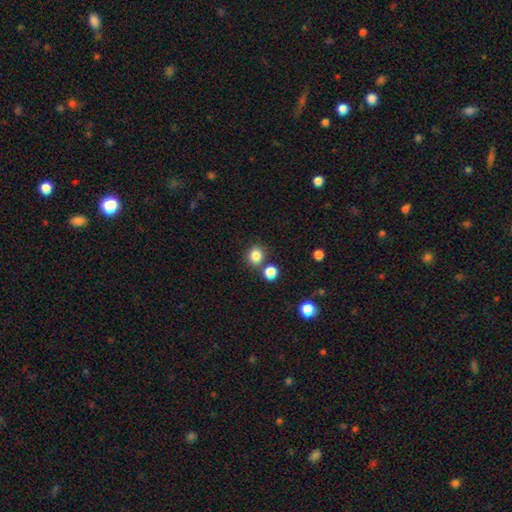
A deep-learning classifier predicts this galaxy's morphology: smooth-or-featured: smooth: 84% | star or artifact: 12% | featured or disk: 4%
  how-rounded: round: 78% | in between: 21% | cigar-shaped: 1%
  merging: none: 73% | merger: 15% | minor disturbance: 9% | major disturbance: 3%